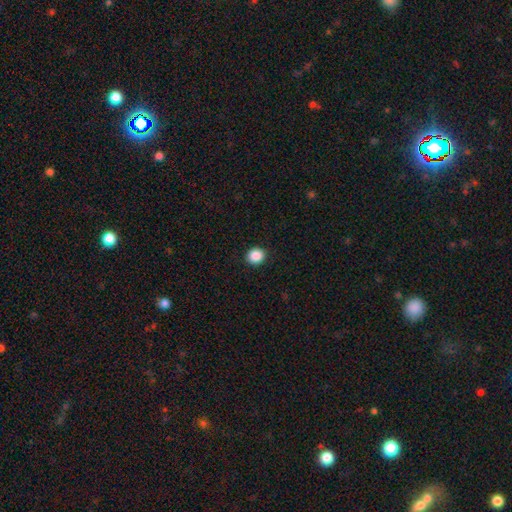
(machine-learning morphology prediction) smooth 89%, star or artifact 9%, featured or disk 2%. Down the decision tree: how rounded — round (81%); merging — none (92%).